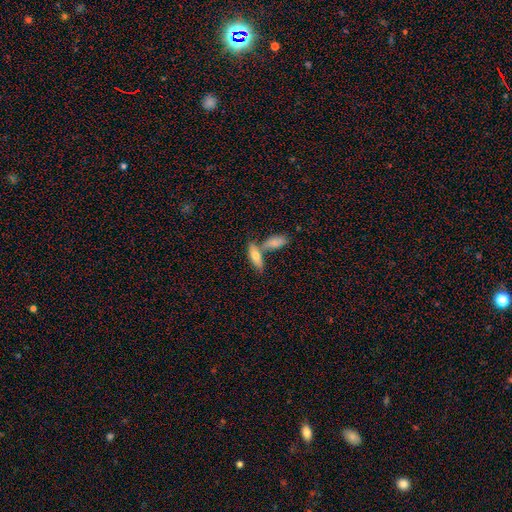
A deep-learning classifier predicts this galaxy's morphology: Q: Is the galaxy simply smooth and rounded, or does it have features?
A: smooth — 69%.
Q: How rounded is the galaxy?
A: in between — 62%.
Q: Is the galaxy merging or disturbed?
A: none — 45%.